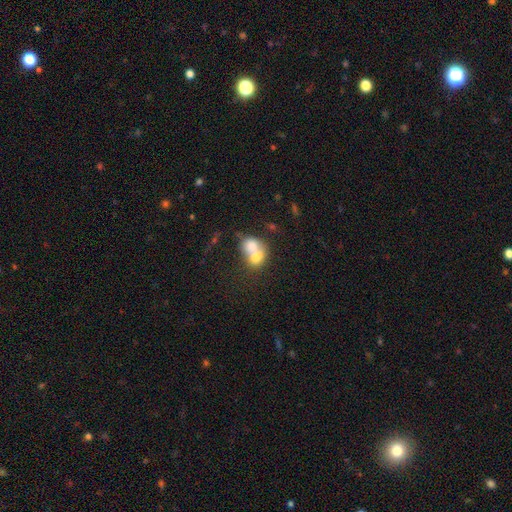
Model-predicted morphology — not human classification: This appears to be a smooth galaxy with no disk features (67%) that is in between round and cigar-shaped (50%). Merging: merger (72%).